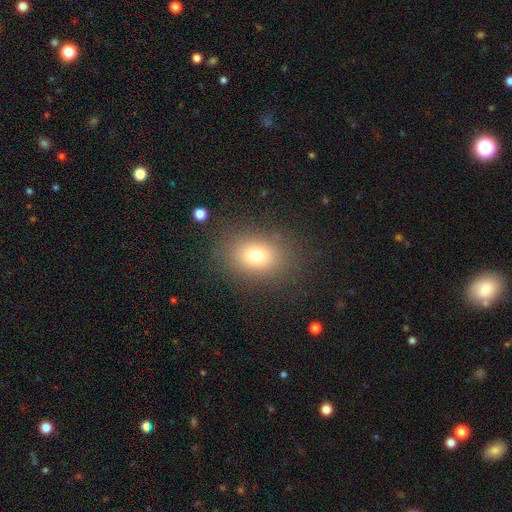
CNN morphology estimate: Overall: smooth (73%). How rounded: in between (57%; round 42%). Merging: none (83%).